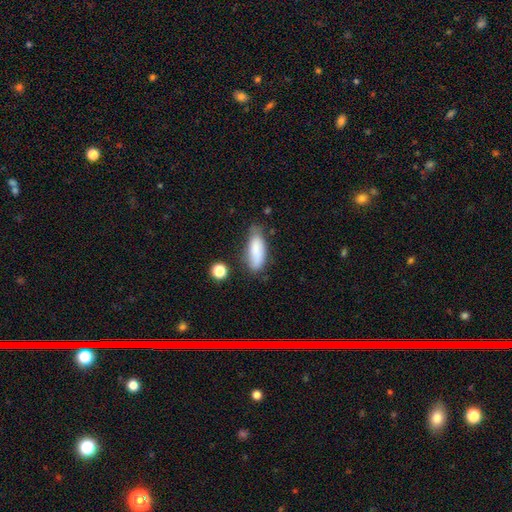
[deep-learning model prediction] The model was most divided on "merging": none: 58%, minor disturbance: 29%, major disturbance: 8%, merger: 5%. More confident: smooth or featured — smooth (81%); how rounded — in between (72%).